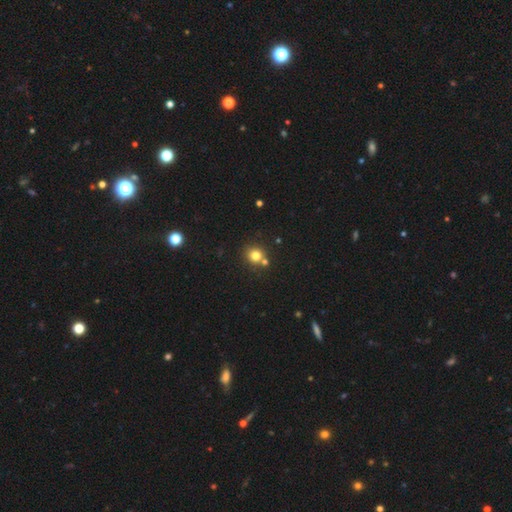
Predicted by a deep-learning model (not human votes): Morphology: type=smooth (78%); roundness=round (88%); merging=none (67%).